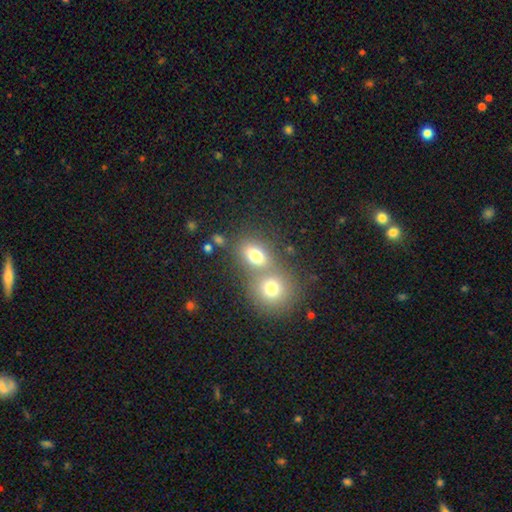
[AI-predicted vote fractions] A smooth galaxy with no disk features (75%) that is in between round and cigar-shaped (58%).

Vote fractions:
- Smooth or featured? smooth: 75% / featured or disk: 13% / star or artifact: 12%
- How rounded? in between: 58% / round: 40% / cigar-shaped: 2%
- Merging? merger: 53% / none: 36% / minor disturbance: 8% / major disturbance: 4%